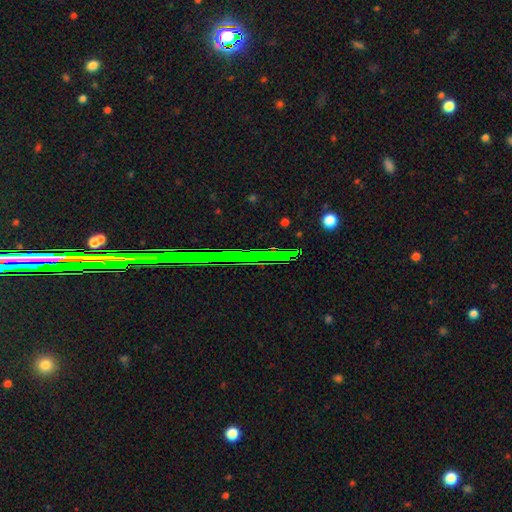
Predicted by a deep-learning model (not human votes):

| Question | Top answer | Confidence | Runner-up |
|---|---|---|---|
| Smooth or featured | star or artifact | 65% | featured or disk (21%) |